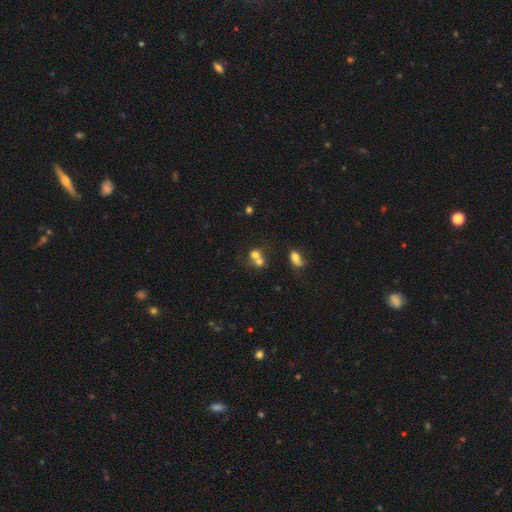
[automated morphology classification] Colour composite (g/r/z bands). It shows a smooth galaxy with no disk features (68%) that is round (75%). Merging: merger (58%).